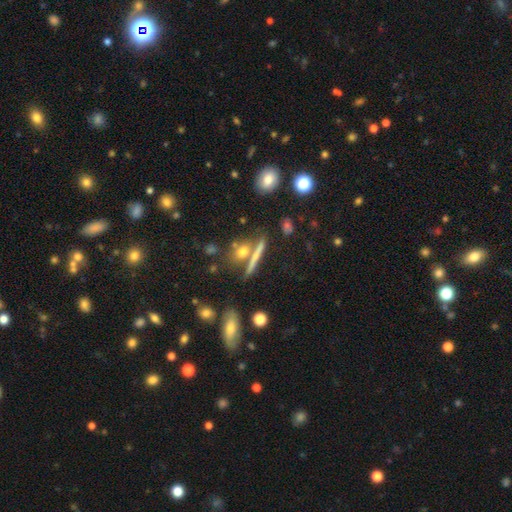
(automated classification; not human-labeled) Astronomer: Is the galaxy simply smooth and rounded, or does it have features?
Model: smooth — 52% (runner-up: featured or disk, 35%).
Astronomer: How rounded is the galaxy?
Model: cigar-shaped — 74%.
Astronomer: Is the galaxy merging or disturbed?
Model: none — 65%.